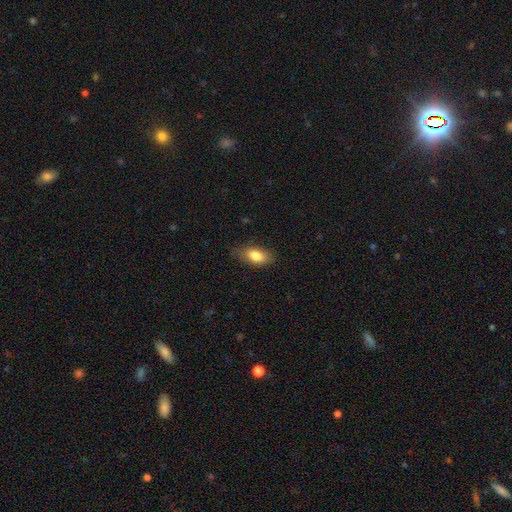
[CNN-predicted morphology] This appears to be a smooth galaxy with no disk features (82%) that is in between round and cigar-shaped (87%). Merging: none (79%).